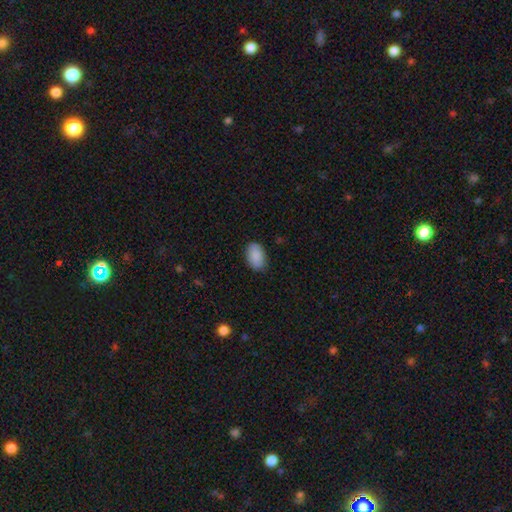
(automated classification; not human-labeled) smooth 89%, star or artifact 6%, featured or disk 5%. Down the decision tree: how rounded — in between (92%); merging — none (85%).